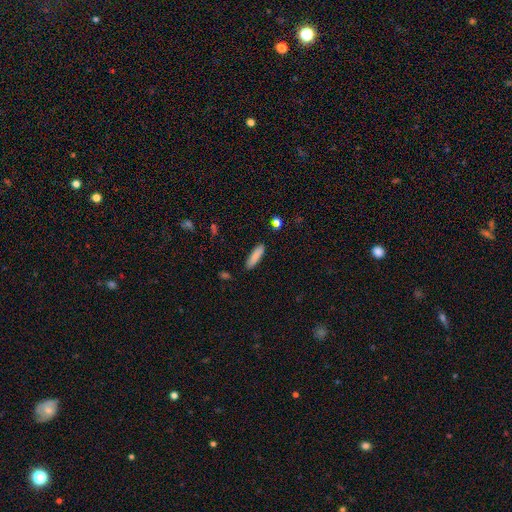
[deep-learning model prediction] This appears to be a smooth galaxy with no disk features (87%) that is cigar-shaped (69%). Merging: none (88%).